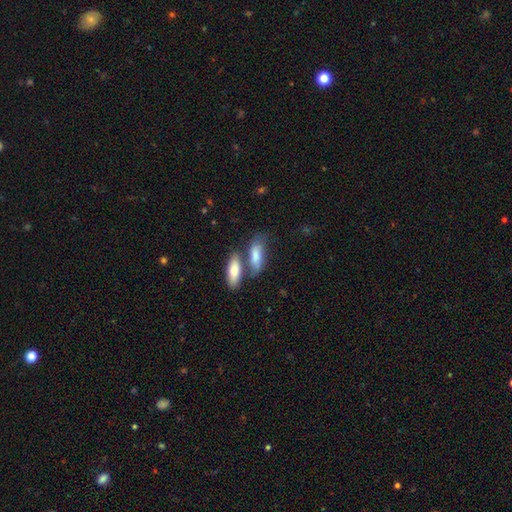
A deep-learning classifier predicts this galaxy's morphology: smooth_or_featured: smooth (p=0.75) [alt: featured or disk p=0.18]
how_rounded: in between (p=0.71) [alt: cigar-shaped p=0.26]
merging: merger (p=0.40) [tied with: none p=0.40]